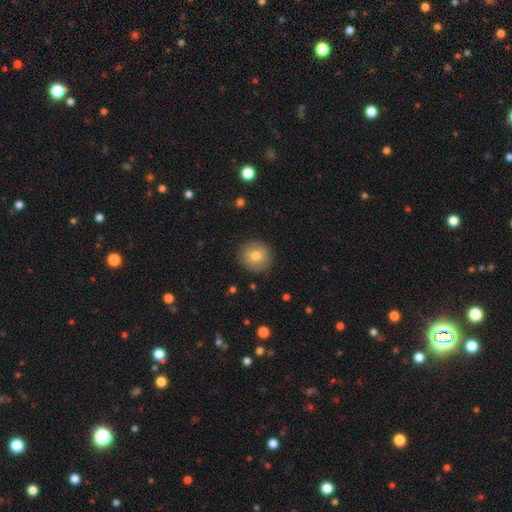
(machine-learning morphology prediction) smooth-or-featured: smooth: 76% | featured or disk: 15% | star or artifact: 9%
  how-rounded: round: 92% | in between: 7% | cigar-shaped: 1%
  merging: none: 89% | minor disturbance: 7% | major disturbance: 2% | merger: 1%